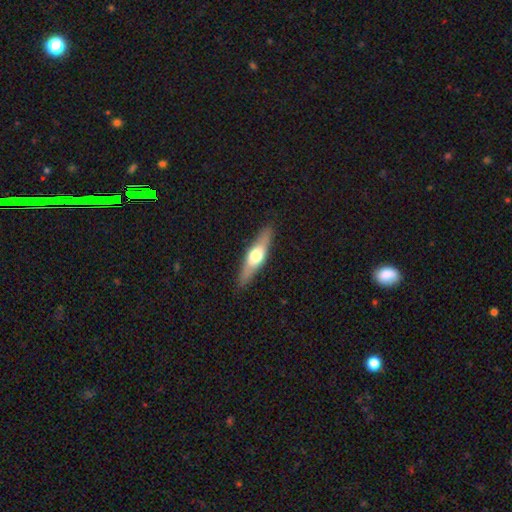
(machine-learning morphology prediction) A featured or disk galaxy (55%) viewed edge-on (90%). Merging: none (88%).